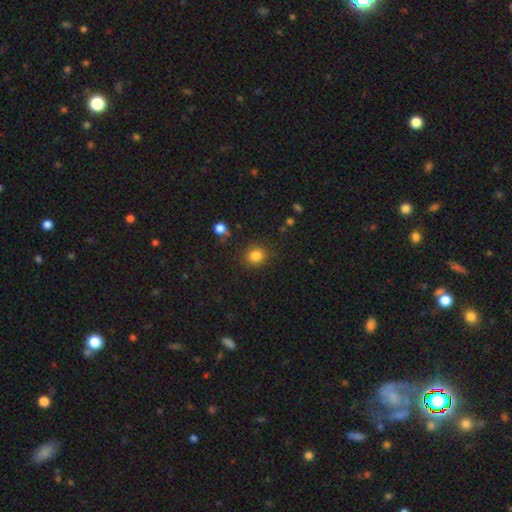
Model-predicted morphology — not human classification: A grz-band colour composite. It shows a smooth galaxy with no disk features (83%) that is round (84%). Merging: none (86%).